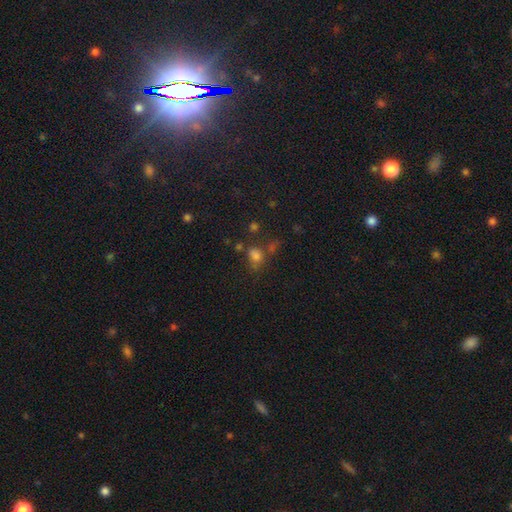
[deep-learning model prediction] Smooth or featured?
  - smooth: 71% *
  - star or artifact: 21%
  - featured or disk: 9%
How rounded?
  - in between: 53% *
  - round: 46%
  - cigar-shaped: 2%
Merging?
  - none: 47% *
  - merger: 21%
  - minor disturbance: 20%
  - major disturbance: 13%